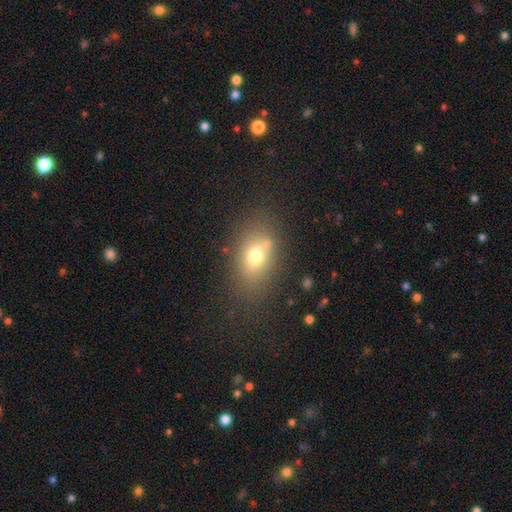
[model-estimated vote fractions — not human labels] smooth 68%, featured or disk 19%, star or artifact 14%. Down the decision tree: how rounded — in between (79%); merging — none (66%).